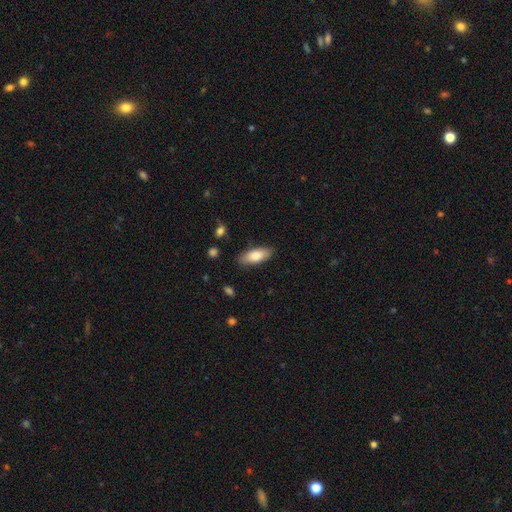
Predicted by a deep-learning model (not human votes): Morphology: type=smooth (83%); roundness=in between (80%); merging=none (85%).